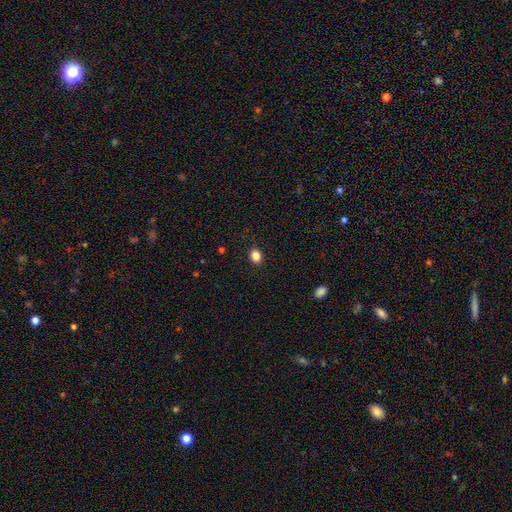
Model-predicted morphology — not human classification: A smooth galaxy with no disk features (85%) that is round (54%).

Vote fractions:
- Smooth or featured? smooth: 85% / star or artifact: 11% / featured or disk: 4%
- How rounded? round: 54% / in between: 45% / cigar-shaped: 1%
- Merging? none: 90% / minor disturbance: 7% / major disturbance: 2% / merger: 1%